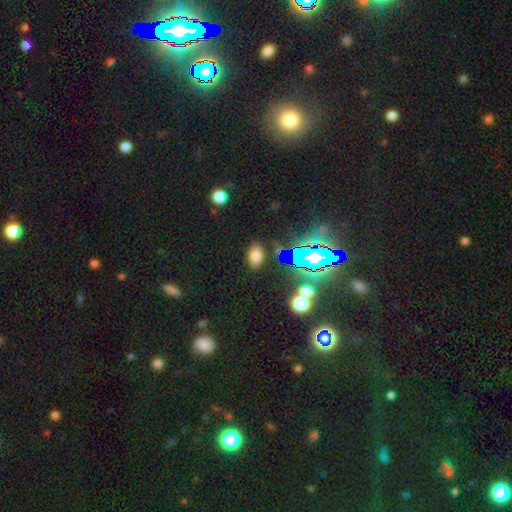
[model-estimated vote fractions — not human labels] smooth 71%, star or artifact 20%, featured or disk 9%. Down the decision tree: how rounded — in between (89%); merging — none (86%).